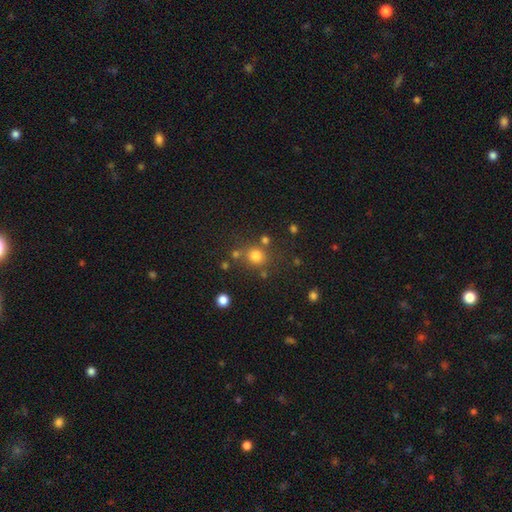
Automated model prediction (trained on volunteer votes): Overall: smooth (77%). How rounded: round (87%). Merging: none (72%).